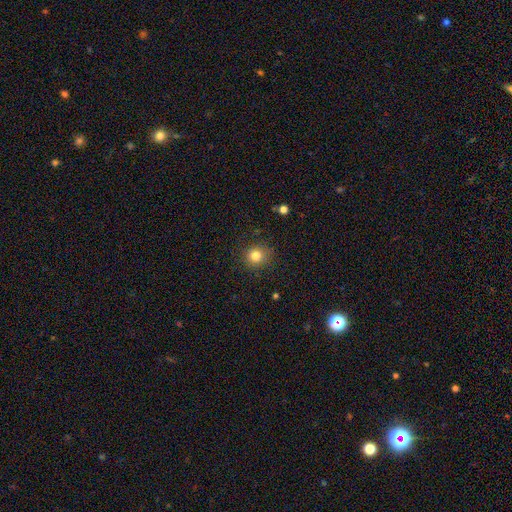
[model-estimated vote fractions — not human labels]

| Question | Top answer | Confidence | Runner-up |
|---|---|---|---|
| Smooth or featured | smooth | 82% | star or artifact (12%) |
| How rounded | round | 90% | in between (9%) |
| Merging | none | 88% | minor disturbance (8%) |